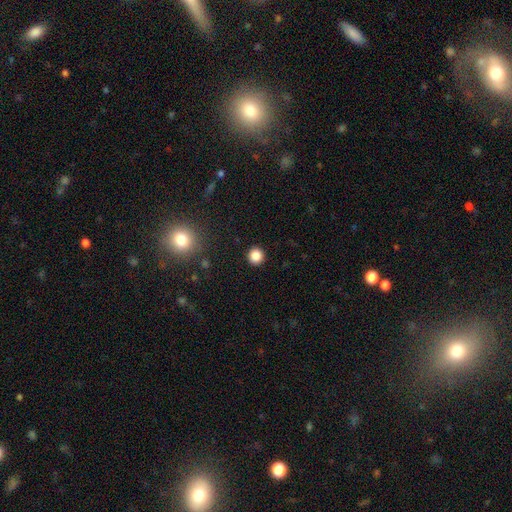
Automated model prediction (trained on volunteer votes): A smooth galaxy with no disk features (85%) that is round (93%). Merging: none (93%).